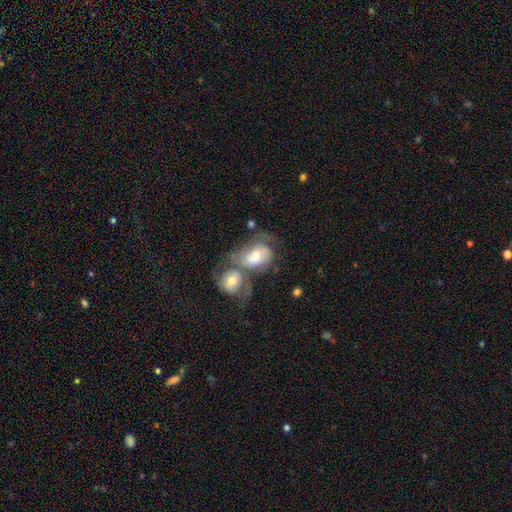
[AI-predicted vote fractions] Smooth or featured?
  - featured or disk: 55% *
  - smooth: 38%
  - star or artifact: 7%
Edge-on disk?
  - no: 96% *
  - yes: 4%
Bar?
  - no: 60% *
  - weak: 31%
  - strong: 8%
Spiral arms?
  - yes: 81% *
  - no: 19%
Bulge size?
  - moderate: 62% *
  - small: 22%
  - large: 12%
  - none: 2%
  - dominant: 2%
Merging?
  - merger: 68% *
  - none: 14%
  - major disturbance: 10%
  - minor disturbance: 8%